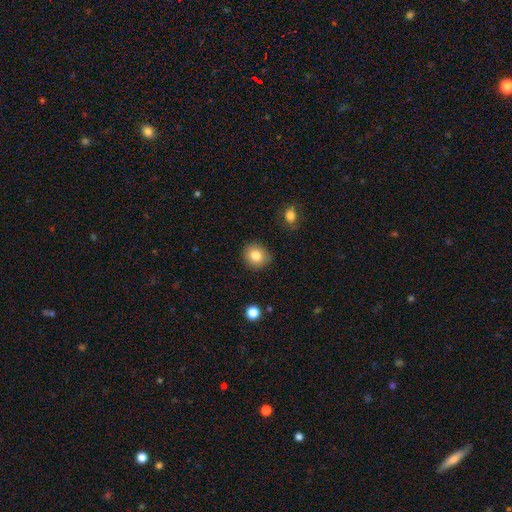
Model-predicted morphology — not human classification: This appears to be a smooth galaxy with no disk features (82%) that is round (80%). Merging: none (88%).